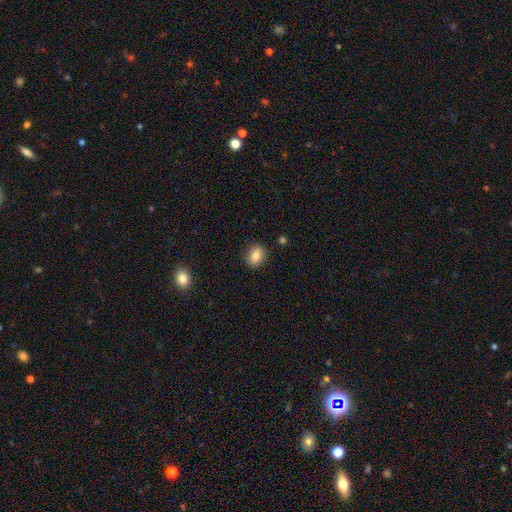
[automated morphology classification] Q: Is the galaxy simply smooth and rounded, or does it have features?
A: smooth — 81%.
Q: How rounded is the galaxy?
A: round — 53%.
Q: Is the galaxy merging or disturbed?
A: none — 88%.